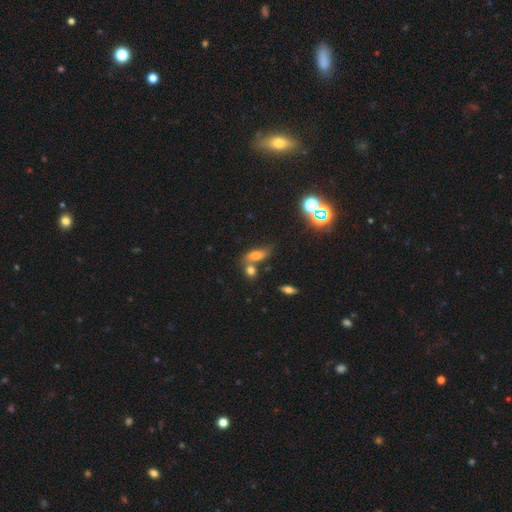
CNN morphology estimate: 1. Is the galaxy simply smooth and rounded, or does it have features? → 64% smooth, 19% featured or disk, 17% star or artifact.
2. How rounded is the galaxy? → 75% in between, 15% cigar-shaped, 10% round.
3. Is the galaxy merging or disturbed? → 44% none, 34% merger, 15% minor disturbance, 7% major disturbance.